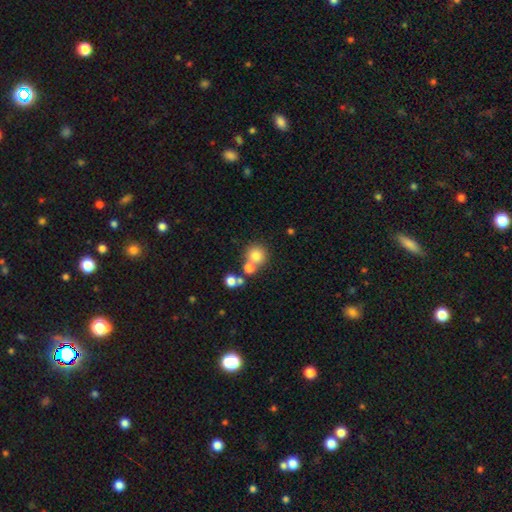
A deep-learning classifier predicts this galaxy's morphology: smooth-or-featured: smooth: 76% | star or artifact: 13% | featured or disk: 11%
  how-rounded: round: 90% | in between: 9% | cigar-shaped: 1%
  merging: none: 57% | merger: 31% | minor disturbance: 8% | major disturbance: 4%